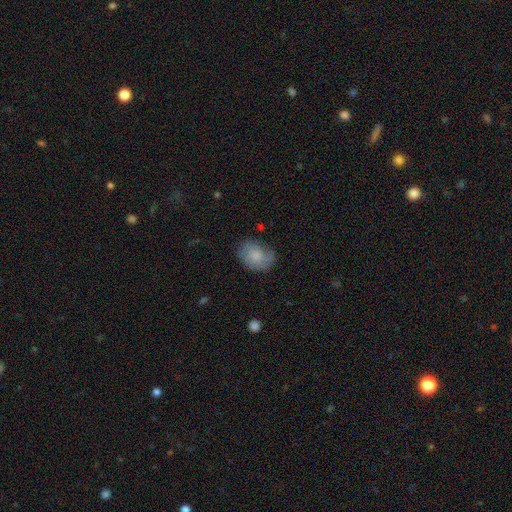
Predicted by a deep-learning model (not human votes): Morphology: type=smooth (74%); roundness=in between (59%); merging=none (65%).